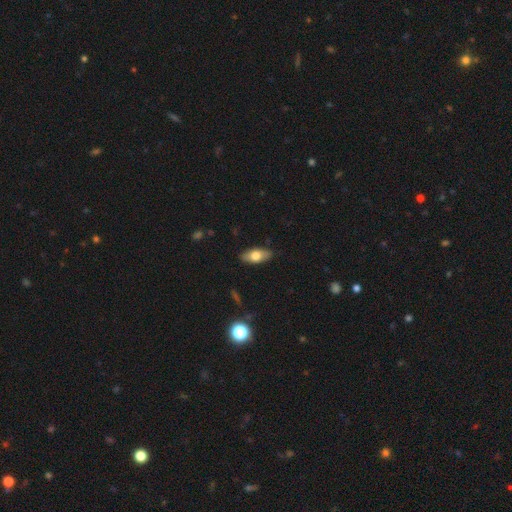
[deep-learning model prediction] Smooth or featured?
  - smooth: 71% *
  - featured or disk: 22%
  - star or artifact: 7%
How rounded?
  - in between: 87% *
  - cigar-shaped: 9%
  - round: 3%
Merging?
  - none: 87% *
  - minor disturbance: 10%
  - major disturbance: 2%
  - merger: 1%